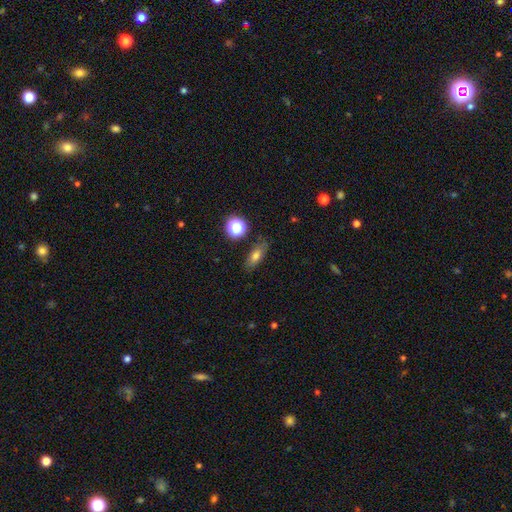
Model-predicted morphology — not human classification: The model was most divided on "how rounded": in between: 66%, cigar-shaped: 24%, round: 10%. More confident: merging — none (81%); smooth or featured — smooth (68%).